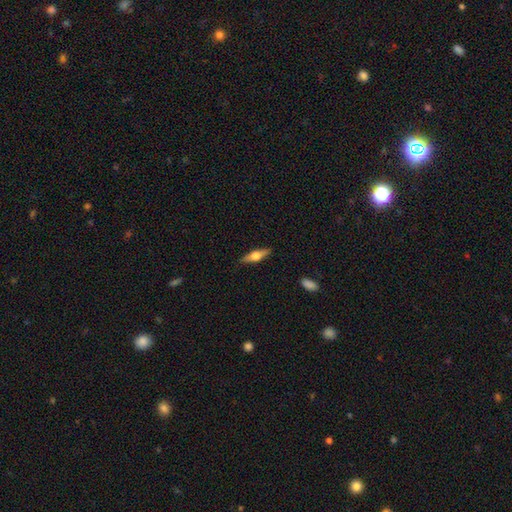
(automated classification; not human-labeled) A featured or disk galaxy (56%) viewed edge-on (95%) with a rounded central bulge (93%).

Vote fractions:
- Smooth or featured? featured or disk: 56% / smooth: 38% / star or artifact: 6%
- Edge-on disk? yes: 95% / no: 5%
- Edge-on bulge? rounded: 93% / boxy: 5% / none: 2%
- Merging? none: 88% / minor disturbance: 9% / major disturbance: 2% / merger: 1%